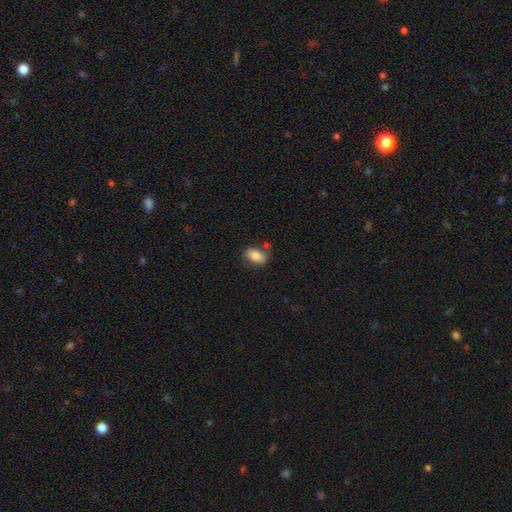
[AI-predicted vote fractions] This is clearly a smooth galaxy (82%). How rounded: clearly in between (88%). Merging: likely none (65%).